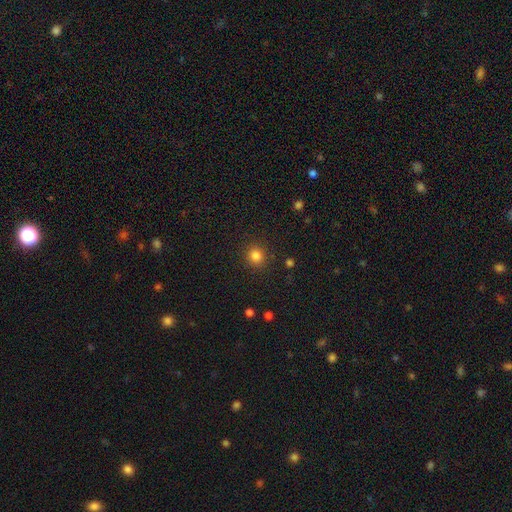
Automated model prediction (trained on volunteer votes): Overall: smooth (83%). How rounded: round (87%). Merging: none (89%).